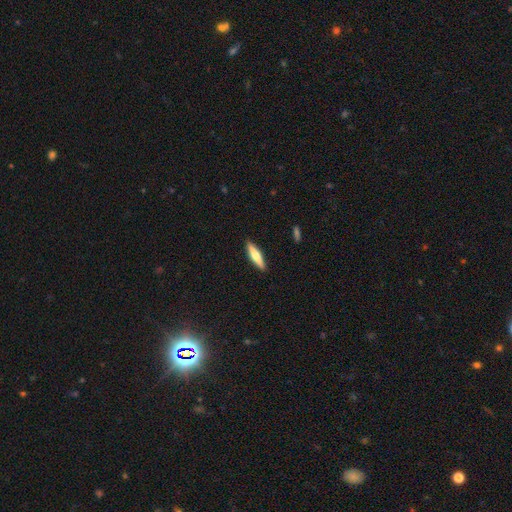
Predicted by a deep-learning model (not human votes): Smooth or featured?
  - smooth: 58% *
  - featured or disk: 36%
  - star or artifact: 6%
How rounded?
  - cigar-shaped: 77% *
  - in between: 21%
  - round: 2%
Merging?
  - none: 90% *
  - minor disturbance: 7%
  - major disturbance: 2%
  - merger: 1%